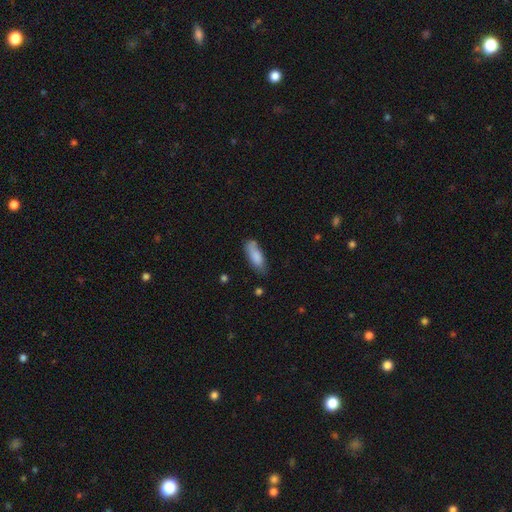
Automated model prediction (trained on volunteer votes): smooth 83%, featured or disk 10%, star or artifact 7%. Down the decision tree: how rounded — in between (67%); merging — none (63%).